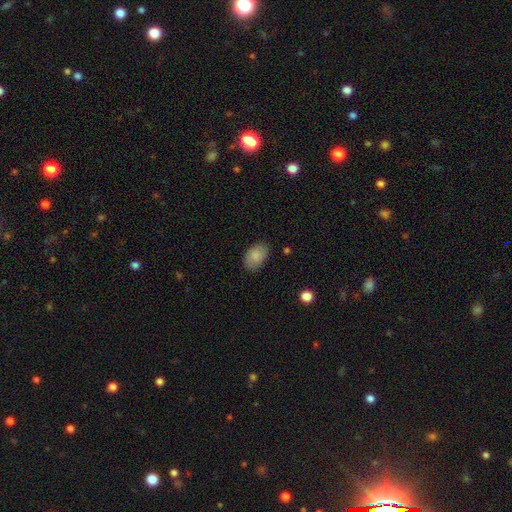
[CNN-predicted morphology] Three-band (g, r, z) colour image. It shows a smooth galaxy with no disk features (86%) that is in between round and cigar-shaped (87%). Merging: none (79%).